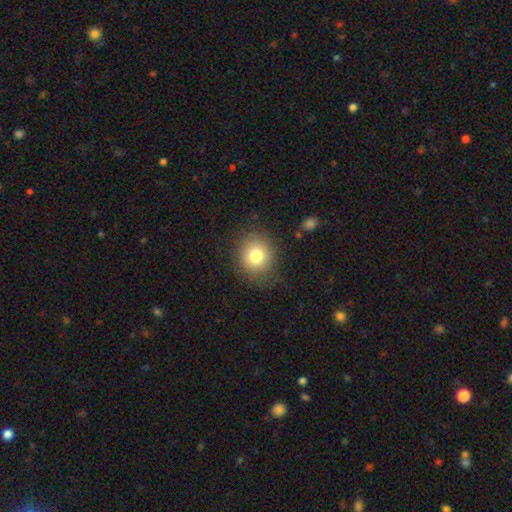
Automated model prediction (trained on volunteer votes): A smooth galaxy with no disk features (78%) that is round (77%).

Vote fractions:
- Smooth or featured? smooth: 78% / star or artifact: 11% / featured or disk: 11%
- How rounded? round: 77% / in between: 23% / cigar-shaped: 1%
- Merging? none: 82% / minor disturbance: 12% / major disturbance: 4% / merger: 1%